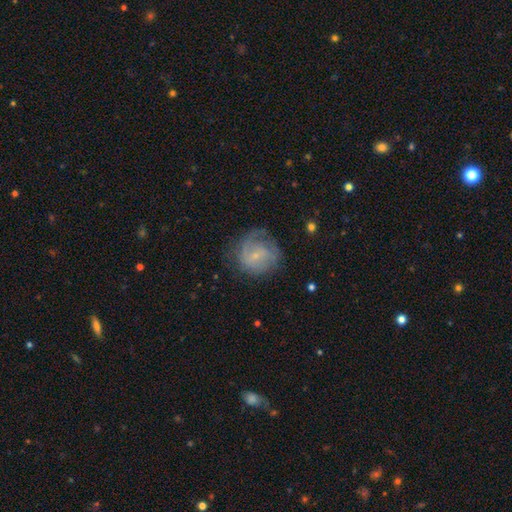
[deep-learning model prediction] This is possibly a featured or disk galaxy (55%). It is clearly not viewed edge-on (98%). Bar: likely no (63%). Spiral arm pattern: likely yes (78%). Central bulge: likely small (78%). Merging: possibly none (60%).